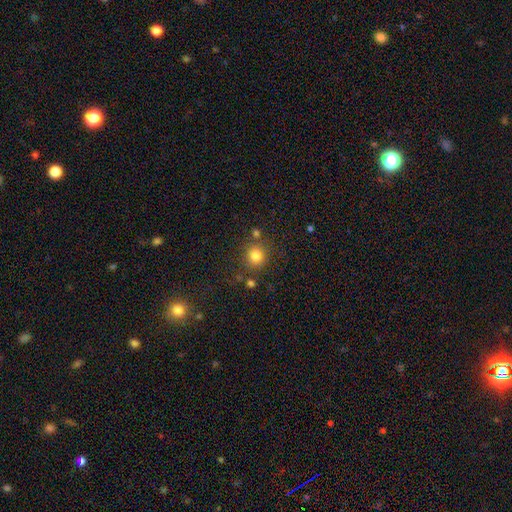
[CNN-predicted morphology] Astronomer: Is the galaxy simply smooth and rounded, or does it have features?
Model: smooth — 81%.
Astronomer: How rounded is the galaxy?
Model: round — 91%.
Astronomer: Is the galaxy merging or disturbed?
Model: none — 80%.